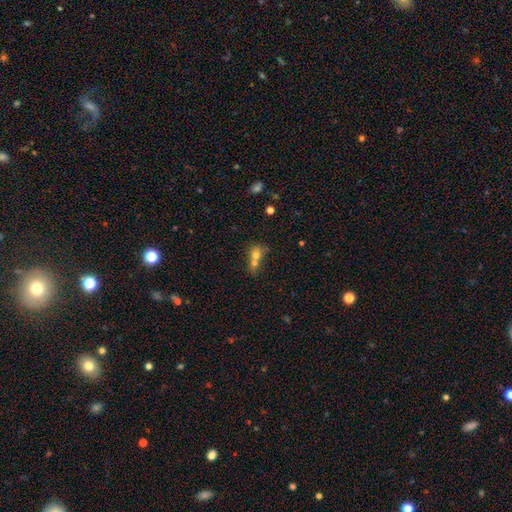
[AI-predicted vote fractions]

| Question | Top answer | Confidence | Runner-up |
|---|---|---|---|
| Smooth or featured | smooth | 68% | featured or disk (18%) |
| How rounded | round | 60% | in between (38%) |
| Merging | merger | 67% | none (22%) |